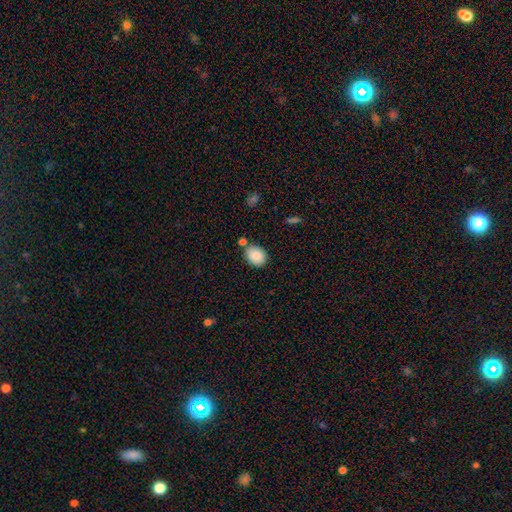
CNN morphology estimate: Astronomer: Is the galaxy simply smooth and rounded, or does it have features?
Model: smooth — 87%.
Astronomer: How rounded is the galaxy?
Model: in between — 61% (runner-up: round, 38%).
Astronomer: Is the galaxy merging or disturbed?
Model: none — 77%.